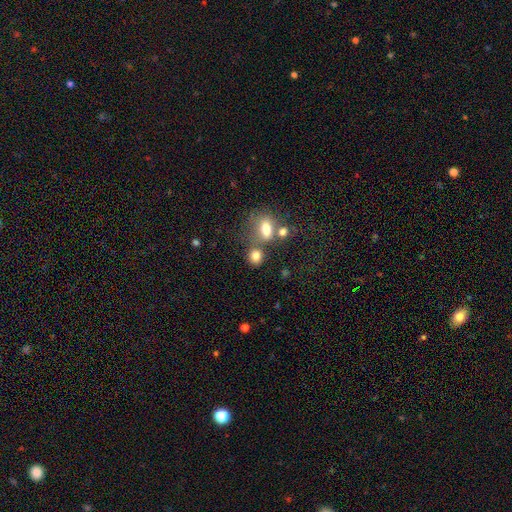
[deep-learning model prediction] A smooth galaxy with no disk features (79%) that is round (70%).

Vote fractions:
- Smooth or featured? smooth: 79% / star or artifact: 12% / featured or disk: 9%
- How rounded? round: 70% / in between: 28% / cigar-shaped: 2%
- Merging? none: 58% / merger: 26% / minor disturbance: 10% / major disturbance: 5%